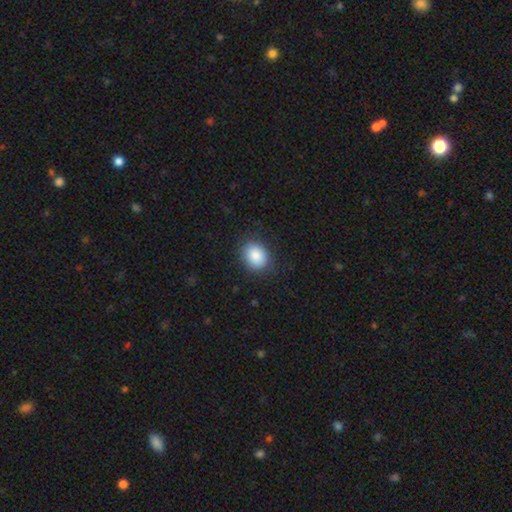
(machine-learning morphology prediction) This appears to be a smooth galaxy with no disk features (87%) that is round (54%). Merging: none (85%).